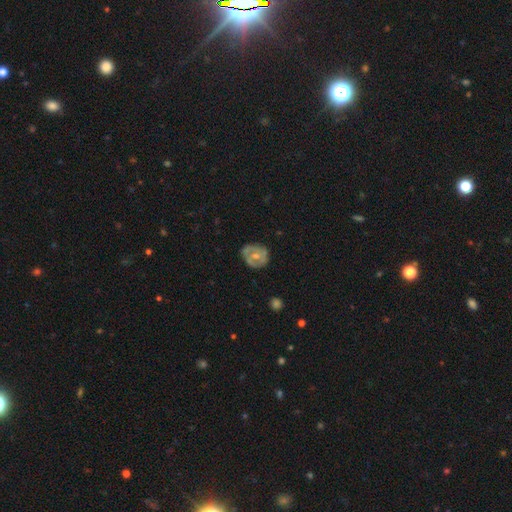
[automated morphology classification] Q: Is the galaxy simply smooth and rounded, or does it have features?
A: featured or disk — 59%.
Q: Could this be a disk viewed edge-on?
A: no — 97%.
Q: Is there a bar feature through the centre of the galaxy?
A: no — 65%.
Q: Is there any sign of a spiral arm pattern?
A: yes — 60%.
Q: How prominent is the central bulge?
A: moderate — 57%.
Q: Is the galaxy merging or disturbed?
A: none — 65%.